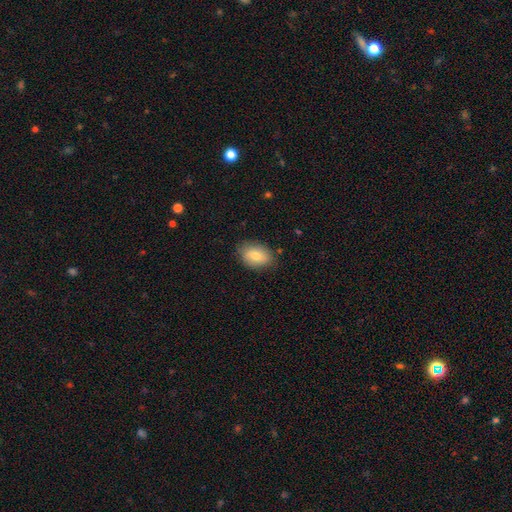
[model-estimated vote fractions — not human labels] smooth_or_featured: smooth (p=0.79) [alt: featured or disk p=0.14]
how_rounded: in between (p=0.83) [alt: round p=0.16]
merging: none (p=0.81) [alt: minor disturbance p=0.15]